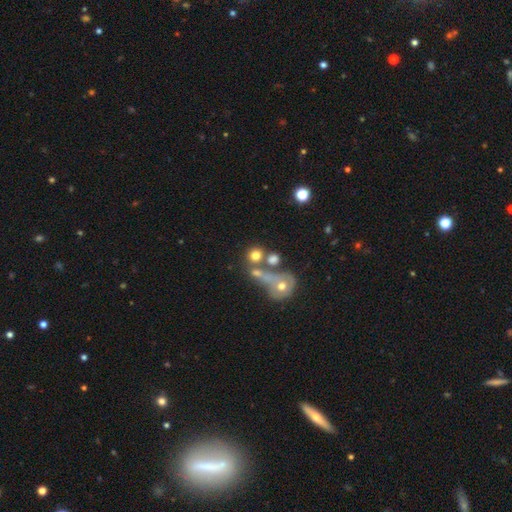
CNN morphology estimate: Smooth or featured? Predicted: smooth (p=0.69). How rounded? Predicted: round (p=0.83). Merging? Predicted: none (p=0.45).